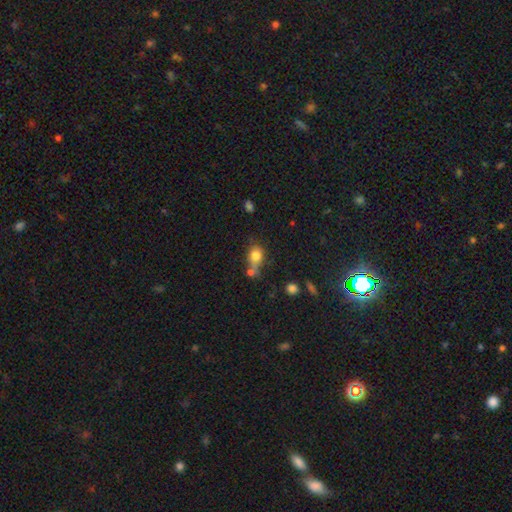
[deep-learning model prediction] smooth_or_featured: smooth (p=0.78) [alt: star or artifact p=0.11]
how_rounded: round (p=0.53) [alt: in between p=0.45]
merging: none (p=0.39) [alt: merger p=0.34]